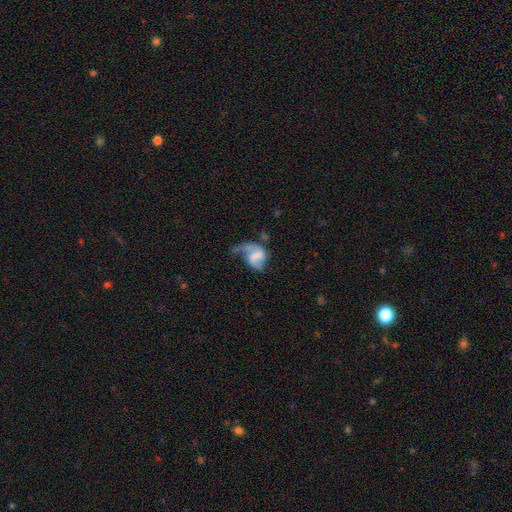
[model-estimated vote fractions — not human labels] Morphology: type=featured or disk (72%); edge-on=no (98%); bar=weak (45%); spiral arms=yes (88%); winding=loose (56%); arm count=2 (61%); bulge=none (45%); merging=major disturbance (42%).